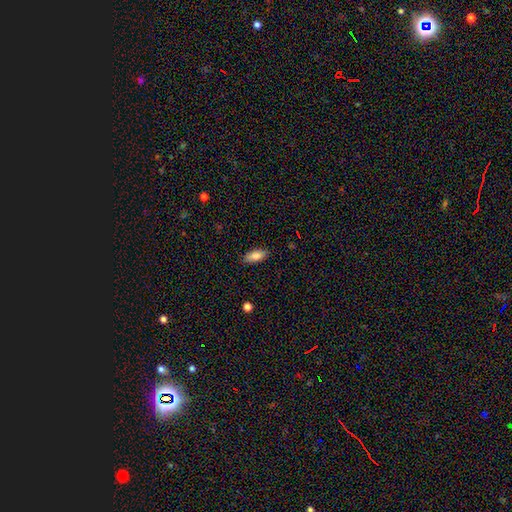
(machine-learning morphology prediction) smooth_or_featured: smooth (p=0.84) [alt: featured or disk p=0.09]
how_rounded: in between (p=0.82) [alt: cigar-shaped p=0.15]
merging: none (p=0.88) [alt: minor disturbance p=0.09]